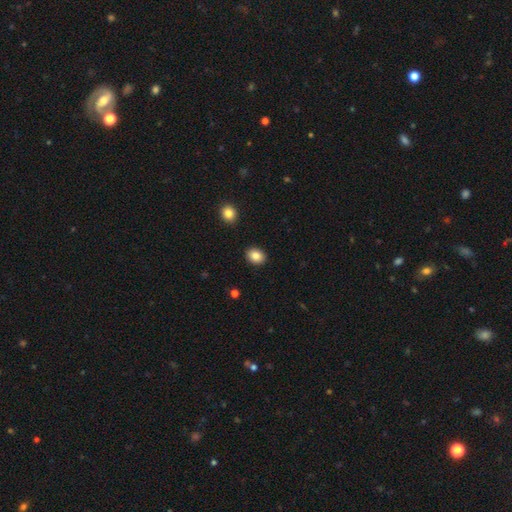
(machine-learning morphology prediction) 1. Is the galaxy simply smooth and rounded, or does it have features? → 85% smooth, 9% star or artifact, 6% featured or disk.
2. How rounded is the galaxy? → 56% in between, 43% round, 1% cigar-shaped.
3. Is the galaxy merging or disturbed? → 90% none, 7% minor disturbance, 2% major disturbance, 2% merger.